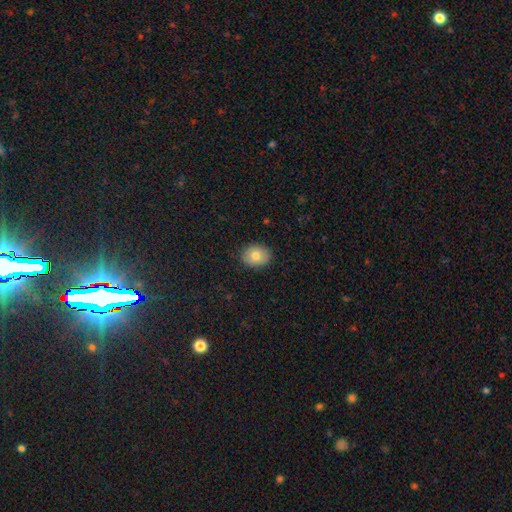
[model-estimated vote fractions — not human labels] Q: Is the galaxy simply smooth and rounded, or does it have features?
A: smooth — 78%.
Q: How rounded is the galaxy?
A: in between — 59%.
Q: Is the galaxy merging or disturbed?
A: none — 88%.